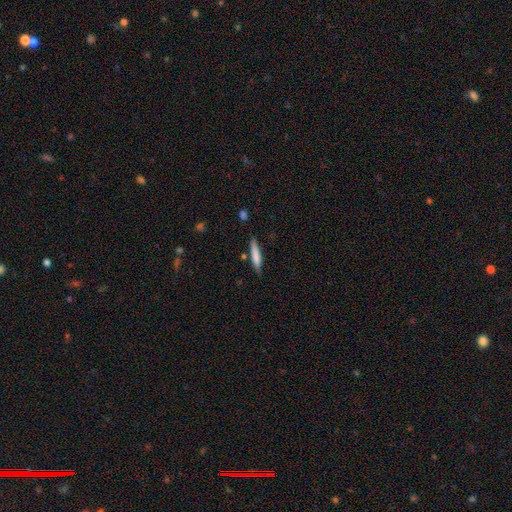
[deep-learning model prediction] The model was most divided on "smooth or featured": smooth: 74%, featured or disk: 20%, star or artifact: 6%. More confident: how rounded — cigar-shaped (91%); merging — none (81%).